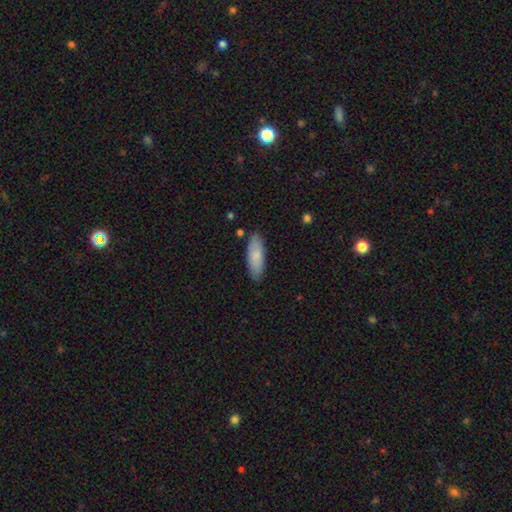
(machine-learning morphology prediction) Overall: smooth (81%). How rounded: in between (67%; cigar-shaped 31%). Merging: none (84%).